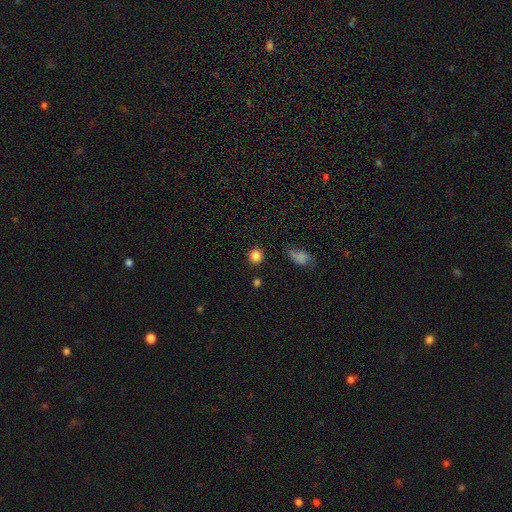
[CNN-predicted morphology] This is clearly a smooth galaxy (84%). How rounded: clearly round (88%). Merging: clearly none (86%).